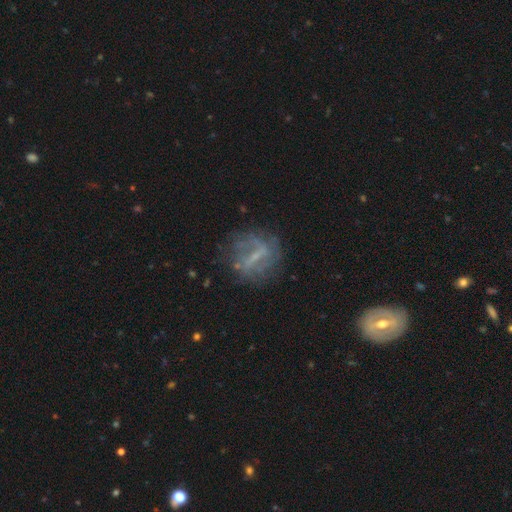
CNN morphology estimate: Smooth or featured? featured or disk (72%)
Edge-on disk? no (93%)
Bar? strong (45%)
Spiral arms? yes (66%)
Bulge size? small (48%)
Merging? none (68%)